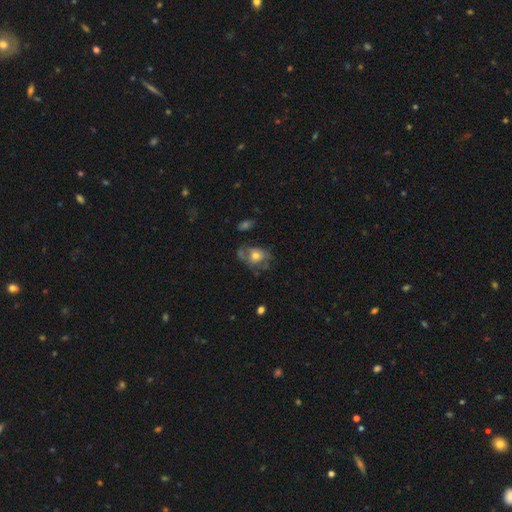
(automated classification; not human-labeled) Overall: featured or disk (49%; smooth 42%). Merging: none (45%; minor disturbance 24%).